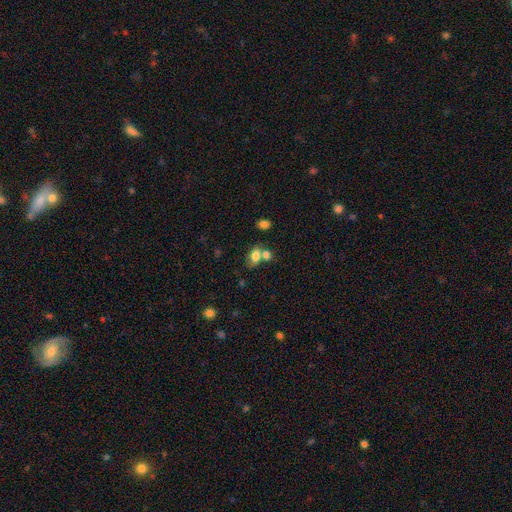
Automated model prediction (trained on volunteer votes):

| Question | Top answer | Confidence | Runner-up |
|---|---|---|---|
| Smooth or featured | smooth | 77% | featured or disk (12%) |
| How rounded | in between | 78% | round (21%) |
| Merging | merger | 42% | none (40%) |